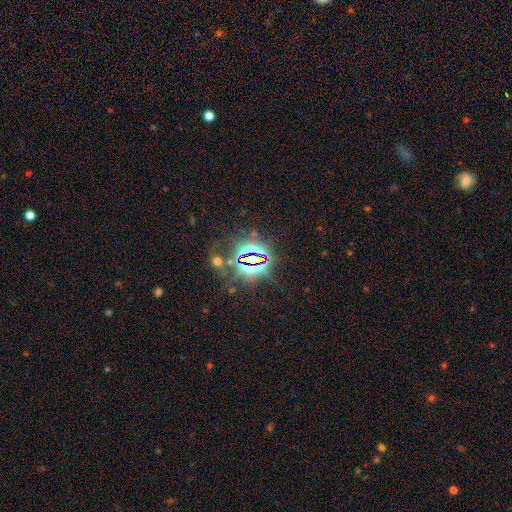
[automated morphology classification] This appears to be a star or artifact, not a galaxy (79%).